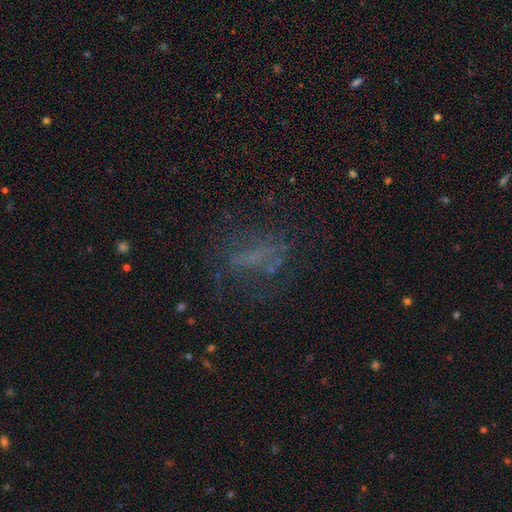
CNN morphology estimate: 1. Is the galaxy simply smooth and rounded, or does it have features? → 36% smooth, 33% featured or disk, 30% star or artifact.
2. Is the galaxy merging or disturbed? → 60% none, 21% major disturbance, 18% minor disturbance, 2% merger.